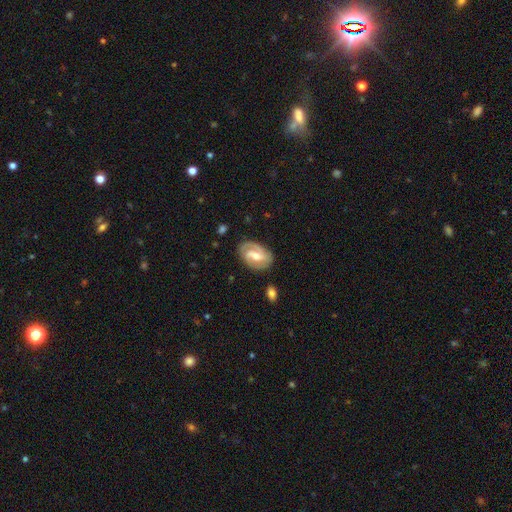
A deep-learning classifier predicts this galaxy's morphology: Smooth or featured? featured or disk (81%)
Edge-on disk? no (96%)
Bar? weak (50%)
Spiral arms? yes (93%)
Spiral winding? medium (44%)
Spiral arm count? 2 (78%)
Bulge size? moderate (63%)
Merging? none (78%)